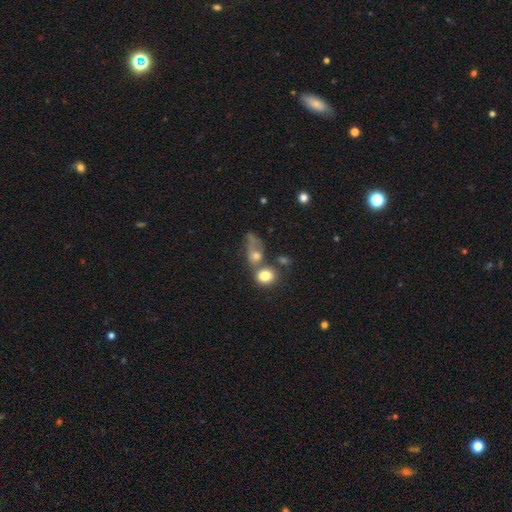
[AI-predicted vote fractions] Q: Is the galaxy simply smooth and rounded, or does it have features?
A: smooth — 67%.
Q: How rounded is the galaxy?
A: in between — 50%.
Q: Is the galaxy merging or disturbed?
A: merger — 42%.